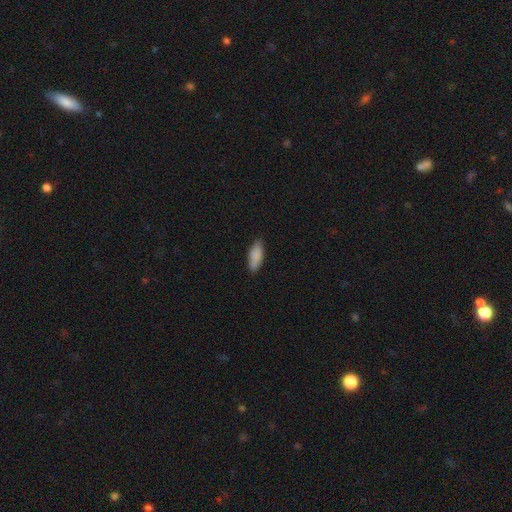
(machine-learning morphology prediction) Q: Smooth or featured?
A: smooth (86%); runner-up: featured or disk (8%)
Q: How rounded?
A: in between (73%); runner-up: cigar-shaped (25%)
Q: Merging?
A: none (81%); runner-up: minor disturbance (15%)